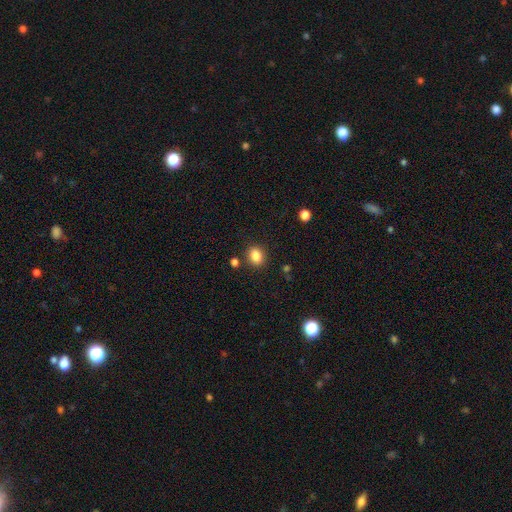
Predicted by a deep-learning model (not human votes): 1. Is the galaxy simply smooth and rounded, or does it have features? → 85% smooth, 10% star or artifact, 5% featured or disk.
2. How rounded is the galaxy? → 55% in between, 43% round, 1% cigar-shaped.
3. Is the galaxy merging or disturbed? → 83% none, 10% minor disturbance, 5% merger, 3% major disturbance.